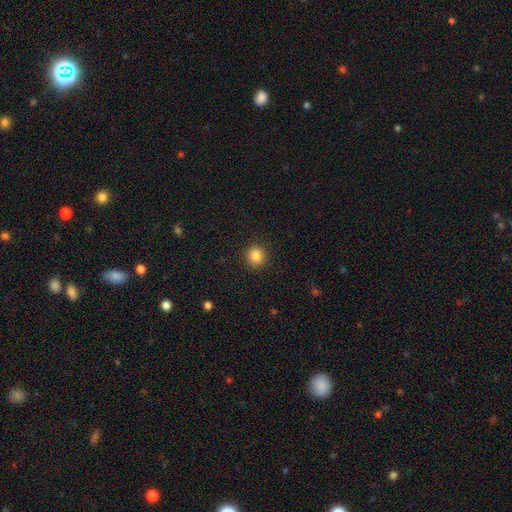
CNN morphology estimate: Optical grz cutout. It shows a smooth galaxy with no disk features (85%) that is round (90%). Merging: none (92%).